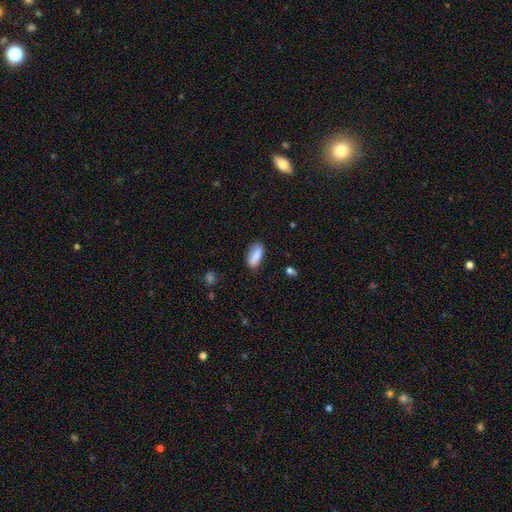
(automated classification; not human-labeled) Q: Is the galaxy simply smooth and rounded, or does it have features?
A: smooth — 85%.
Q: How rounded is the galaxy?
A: in between — 78%.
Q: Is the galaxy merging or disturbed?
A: none — 76%.